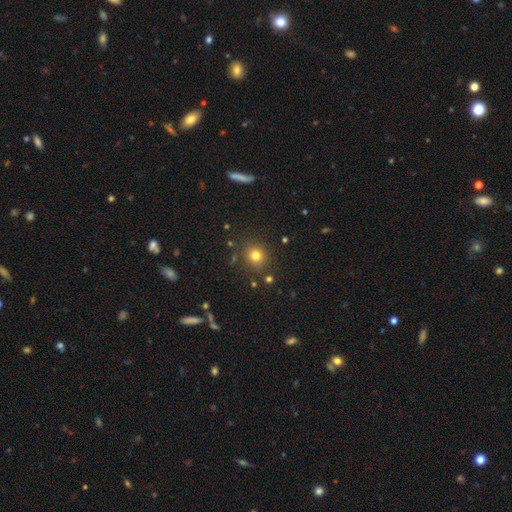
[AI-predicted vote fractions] smooth-or-featured: smooth: 76% | star or artifact: 16% | featured or disk: 8%
  how-rounded: round: 87% | in between: 12% | cigar-shaped: 1%
  merging: none: 84% | minor disturbance: 9% | merger: 4% | major disturbance: 3%